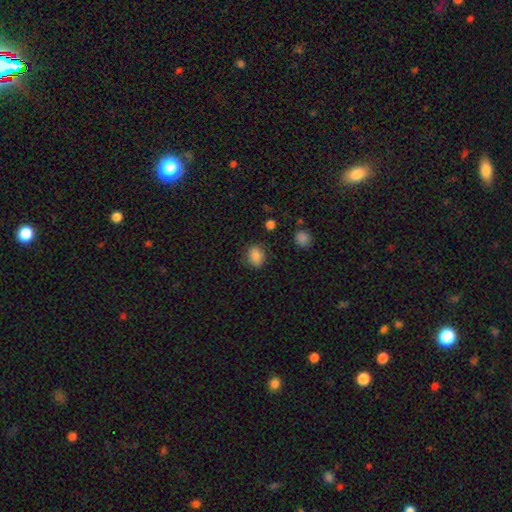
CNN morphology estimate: The model was most divided on "how rounded": in between: 50%, round: 49%, cigar-shaped: 1%. More confident: smooth or featured — smooth (86%); merging — none (82%).